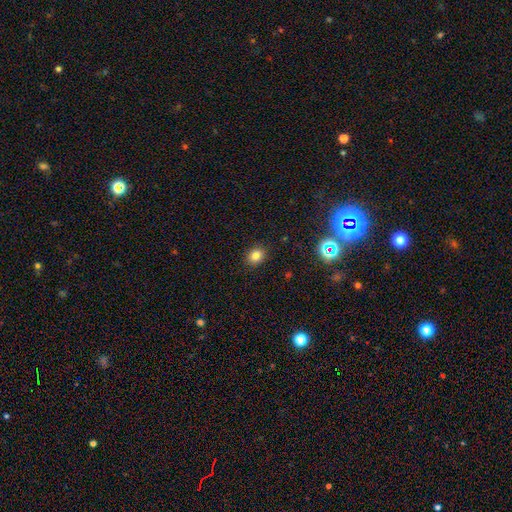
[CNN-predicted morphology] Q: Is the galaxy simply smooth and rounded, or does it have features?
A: smooth — 81%.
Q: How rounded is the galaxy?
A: round — 52%.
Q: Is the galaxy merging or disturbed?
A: none — 89%.